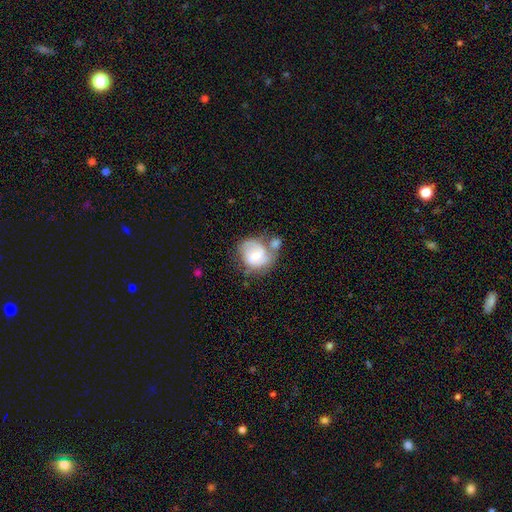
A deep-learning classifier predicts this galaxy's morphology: featured or disk 63%, smooth 31%, star or artifact 6%. Down the decision tree: edge-on disk — no (97%); bar — no (61%); spiral arms — yes (81%); bulge size — moderate (55%); merging — none (36%).